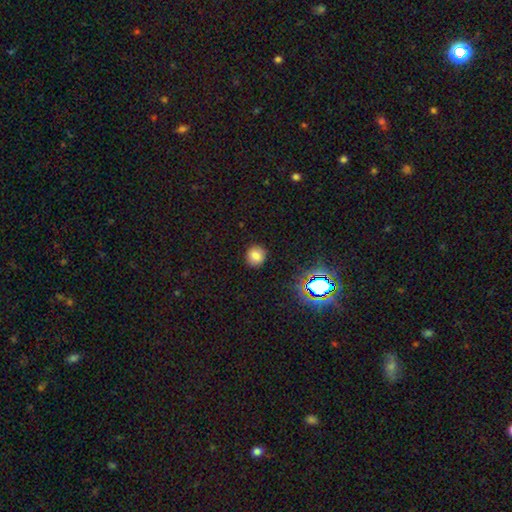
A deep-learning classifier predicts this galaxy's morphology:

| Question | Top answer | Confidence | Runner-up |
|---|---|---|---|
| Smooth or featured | smooth | 80% | star or artifact (15%) |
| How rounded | round | 86% | in between (13%) |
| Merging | none | 89% | minor disturbance (7%) |